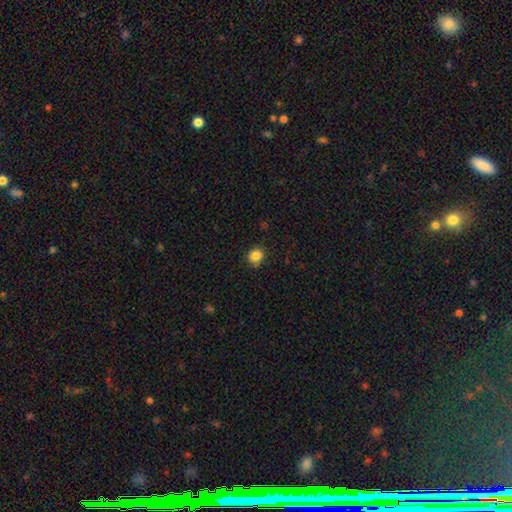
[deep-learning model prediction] smooth 85%, star or artifact 11%, featured or disk 4%. Down the decision tree: how rounded — round (82%); merging — none (85%).